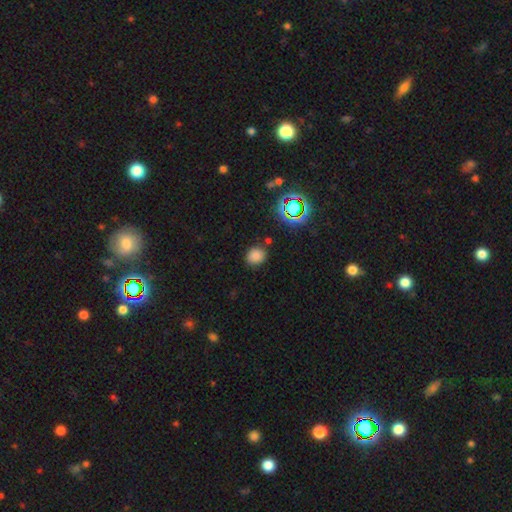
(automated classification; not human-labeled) This appears to be a smooth galaxy with no disk features (76%) that is round (76%). Merging: none (82%).